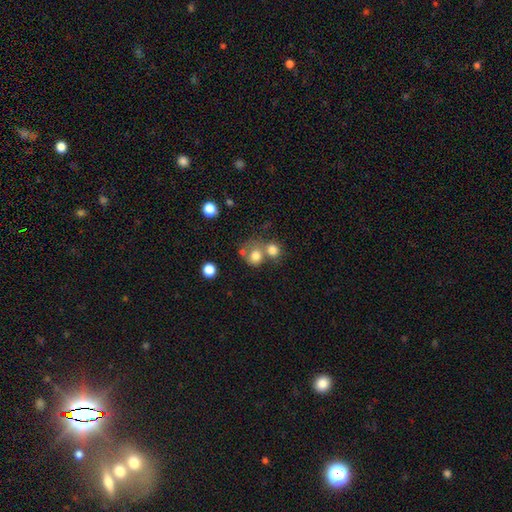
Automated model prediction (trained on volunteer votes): Smooth or featured?
  - smooth: 76% *
  - featured or disk: 13%
  - star or artifact: 12%
How rounded?
  - round: 78% *
  - in between: 21%
  - cigar-shaped: 1%
Merging?
  - merger: 46% *
  - none: 38%
  - minor disturbance: 10%
  - major disturbance: 7%